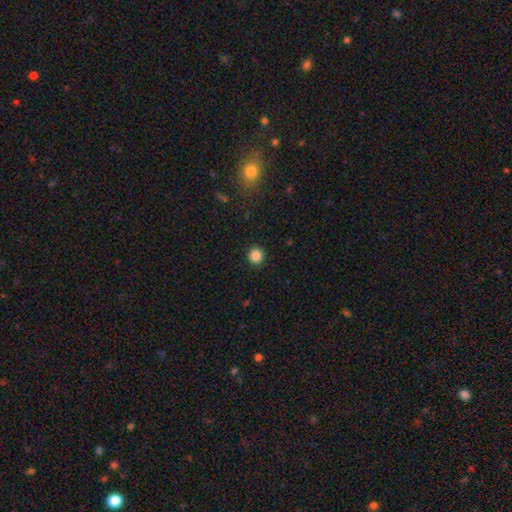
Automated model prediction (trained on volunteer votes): Smooth or featured? smooth (86%)
How rounded? round (93%)
Merging? none (92%)